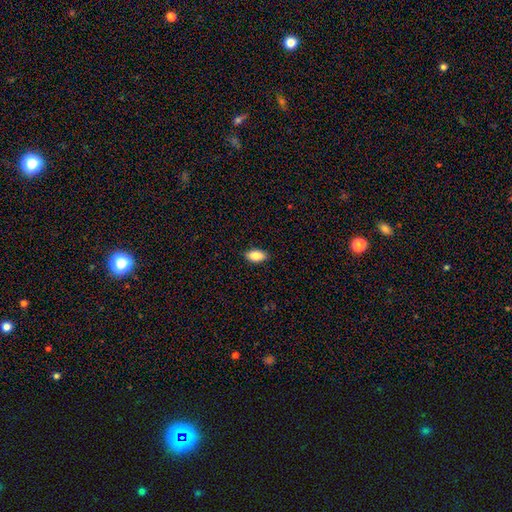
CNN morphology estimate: Smooth or featured: smooth — 87% (star or artifact — 7%)
How rounded: in between — 92% (cigar-shaped — 4%)
Merging: none — 88% (minor disturbance — 9%)